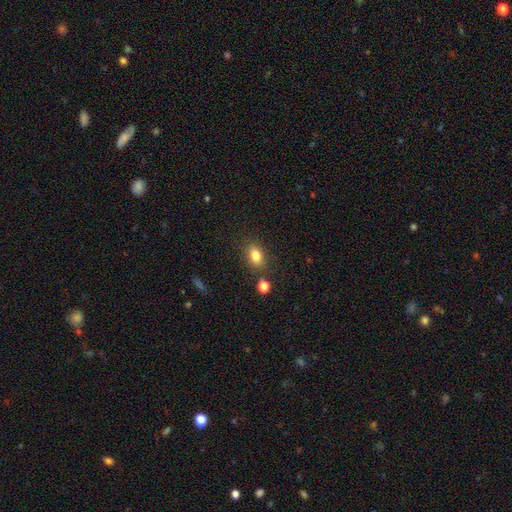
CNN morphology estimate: smooth_or_featured: smooth (p=0.82) [alt: star or artifact p=0.11]
how_rounded: in between (p=0.78) [alt: round p=0.20]
merging: none (p=0.80) [alt: minor disturbance p=0.11]